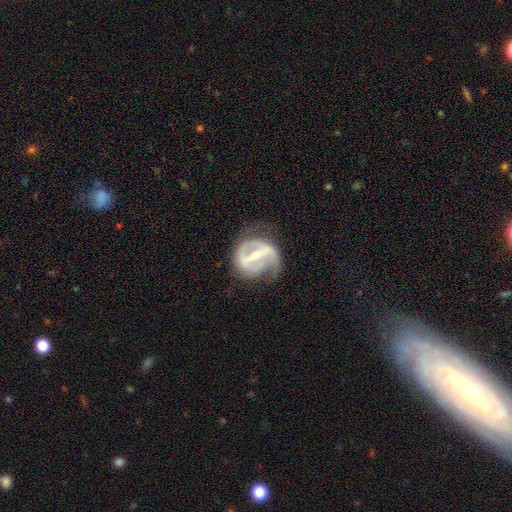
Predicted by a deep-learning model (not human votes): Smooth or featured? featured or disk (81%)
Edge-on disk? no (96%)
Bar? strong (67%)
Spiral arms? yes (76%)
Spiral winding? medium (42%)
Spiral arm count? 2 (62%)
Bulge size? small (52%)
Merging? none (50%)